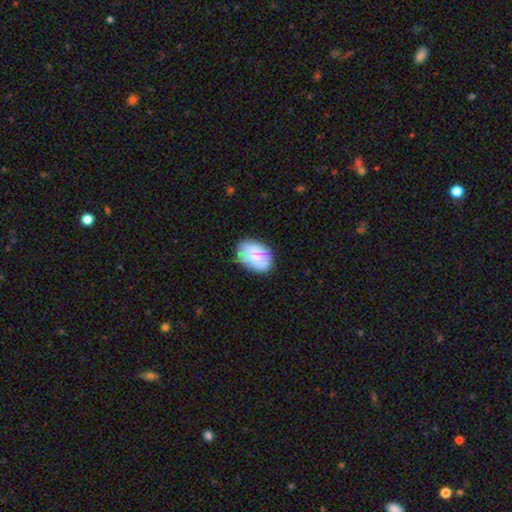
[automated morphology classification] smooth-or-featured: smooth: 72% | featured or disk: 22% | star or artifact: 7%
  how-rounded: in between: 79% | round: 20% | cigar-shaped: 1%
  merging: none: 73% | minor disturbance: 21% | major disturbance: 4% | merger: 2%